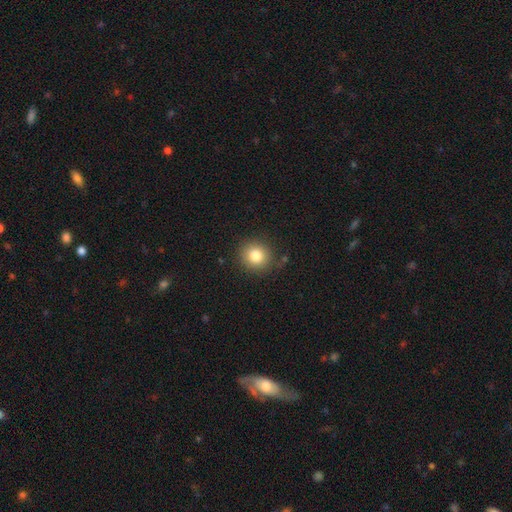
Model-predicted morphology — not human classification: A smooth galaxy with no disk features (81%) that is round (90%). Merging: none (85%).